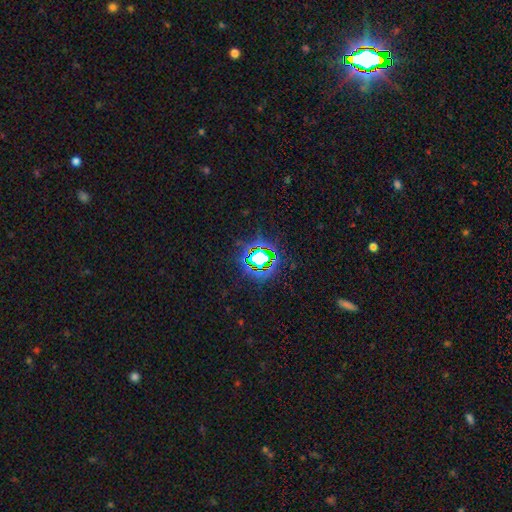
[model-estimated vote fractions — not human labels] smooth-or-featured: star or artifact: 73% | smooth: 16% | featured or disk: 11%